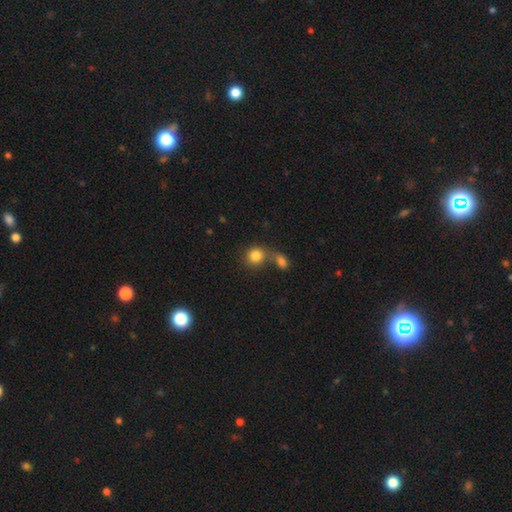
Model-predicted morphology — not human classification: Smooth or featured?
  - smooth: 83% *
  - star or artifact: 9%
  - featured or disk: 8%
How rounded?
  - round: 83% *
  - in between: 16%
  - cigar-shaped: 1%
Merging?
  - none: 45% *
  - merger: 41%
  - minor disturbance: 9%
  - major disturbance: 5%